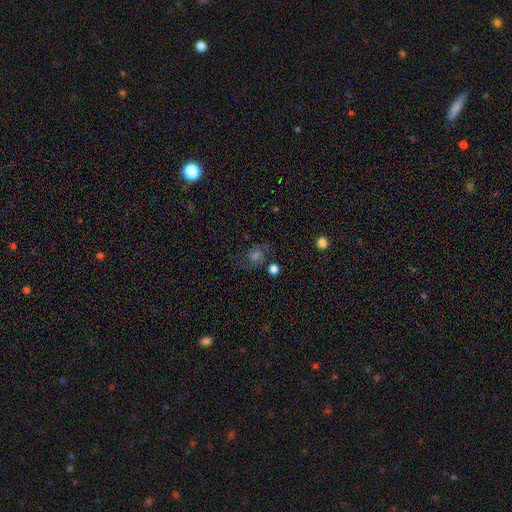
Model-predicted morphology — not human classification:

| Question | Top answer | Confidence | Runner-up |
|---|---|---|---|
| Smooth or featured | featured or disk | 44% | smooth (30%) |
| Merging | none | 68% | minor disturbance (17%) |